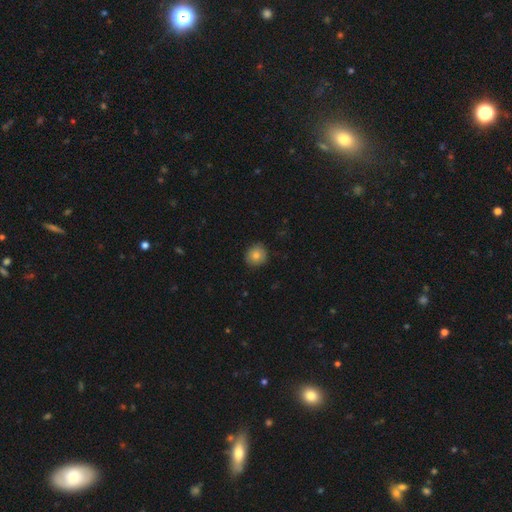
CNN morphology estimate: smooth_or_featured: smooth (p=0.83) [alt: star or artifact p=0.10]
how_rounded: round (p=0.88) [alt: in between p=0.11]
merging: none (p=0.88) [alt: minor disturbance p=0.09]